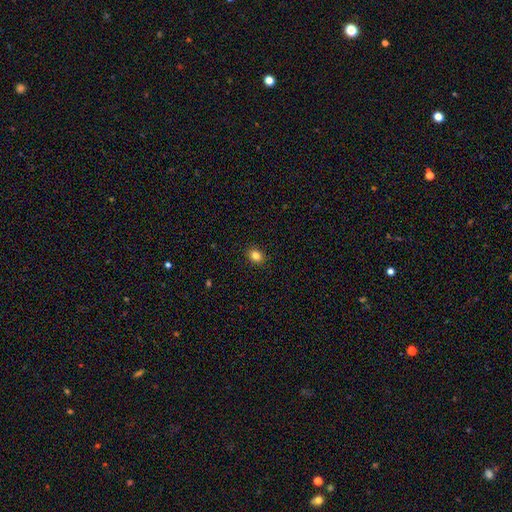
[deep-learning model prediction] A smooth galaxy with no disk features (84%) that is in between round and cigar-shaped (51%).

Vote fractions:
- Smooth or featured? smooth: 84% / star or artifact: 11% / featured or disk: 5%
- How rounded? in between: 51% / round: 48% / cigar-shaped: 1%
- Merging? none: 90% / minor disturbance: 7% / major disturbance: 2% / merger: 1%